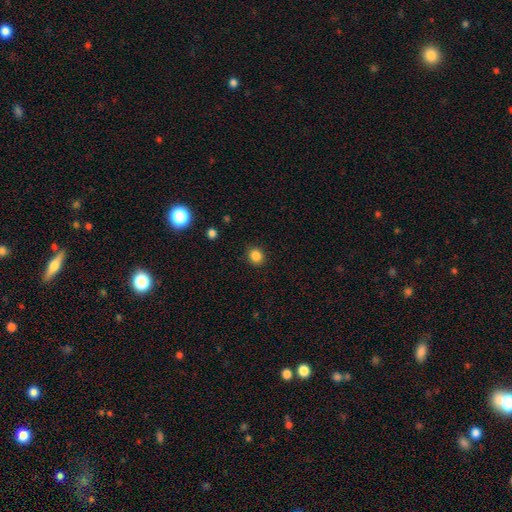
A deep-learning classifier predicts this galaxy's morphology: This is clearly a smooth galaxy (85%). How rounded: clearly round (81%). Merging: clearly none (90%).